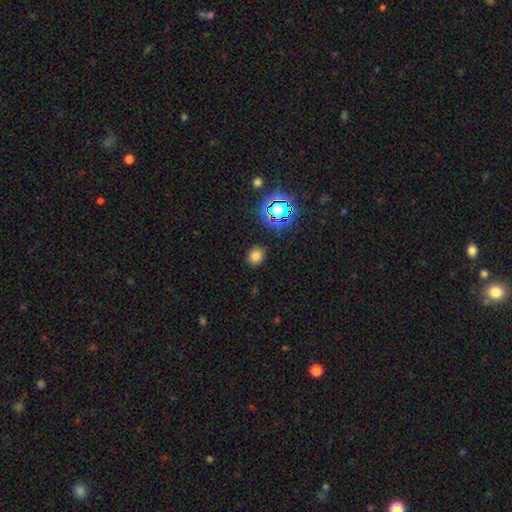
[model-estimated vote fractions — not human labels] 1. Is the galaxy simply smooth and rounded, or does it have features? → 74% smooth, 20% star or artifact, 6% featured or disk.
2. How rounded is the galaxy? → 65% round, 34% in between, 1% cigar-shaped.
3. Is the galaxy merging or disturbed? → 87% none, 8% minor disturbance, 3% major disturbance, 2% merger.